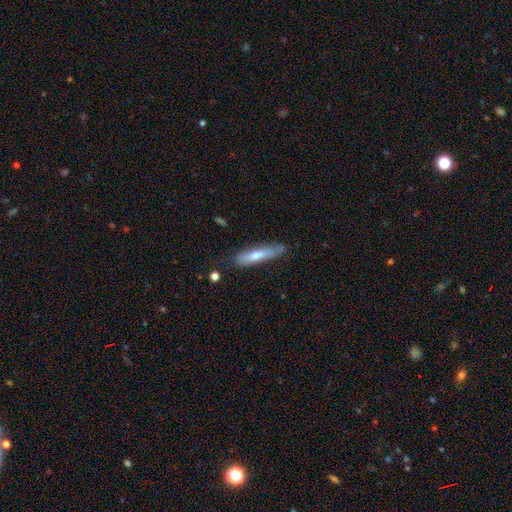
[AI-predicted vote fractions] Smooth or featured? Predicted: smooth (p=0.55). How rounded? Predicted: cigar-shaped (p=0.81). Merging? Predicted: none (p=0.75).